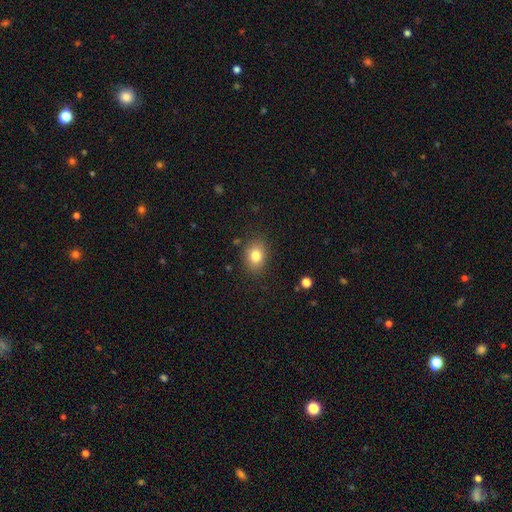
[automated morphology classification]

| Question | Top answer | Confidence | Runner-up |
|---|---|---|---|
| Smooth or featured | smooth | 81% | star or artifact (10%) |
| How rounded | in between | 57% | round (42%) |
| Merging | none | 85% | minor disturbance (11%) |